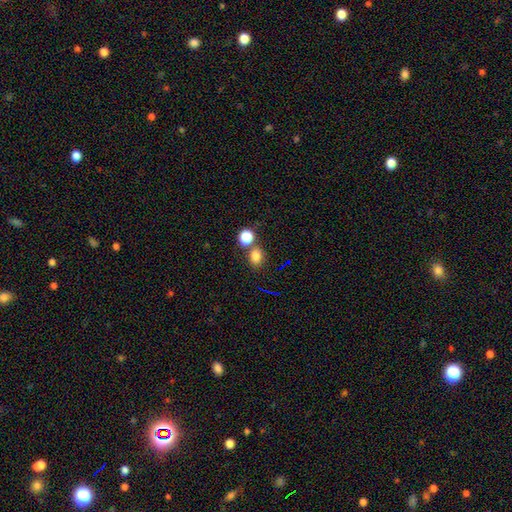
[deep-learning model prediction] The model was most divided on "how rounded": round: 53%, in between: 46%, cigar-shaped: 1%. More confident: smooth or featured — smooth (78%); merging — none (67%).